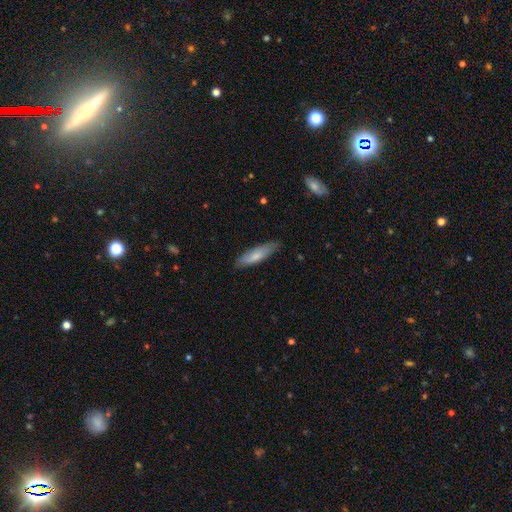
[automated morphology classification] This appears to be a smooth galaxy with no disk features (74%) that is cigar-shaped (65%). Merging: none (77%).